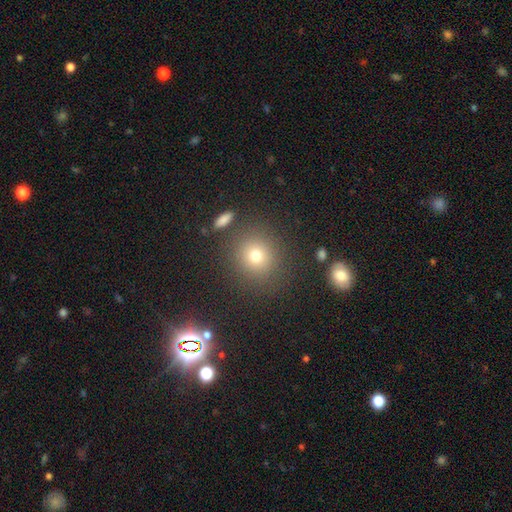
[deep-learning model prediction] smooth-or-featured: smooth: 73% | star or artifact: 17% | featured or disk: 10%
  how-rounded: round: 89% | in between: 10% | cigar-shaped: 1%
  merging: none: 85% | minor disturbance: 8% | major disturbance: 4% | merger: 3%